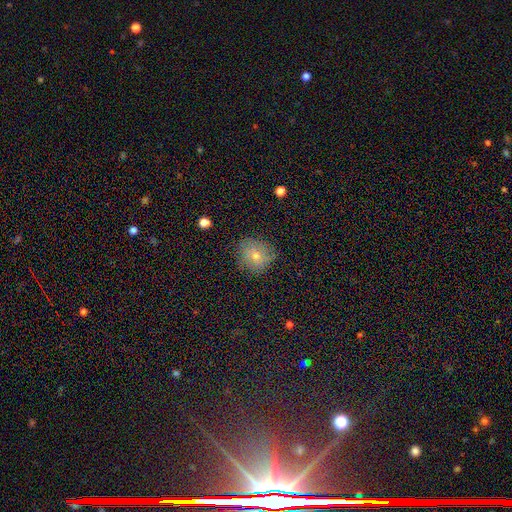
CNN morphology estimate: The model was most divided on "smooth or featured": smooth: 58%, featured or disk: 21%, star or artifact: 21%. More confident: how rounded — round (83%); merging — none (77%).